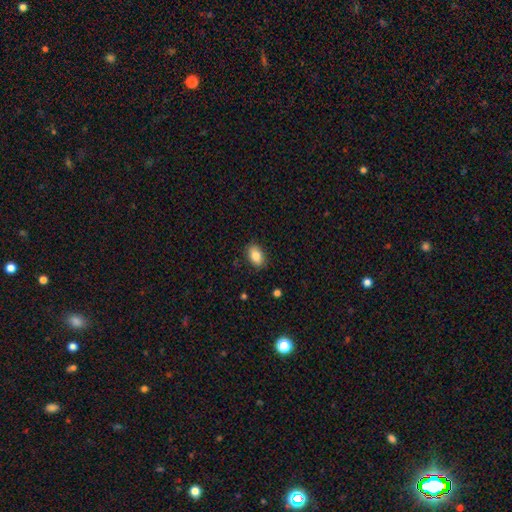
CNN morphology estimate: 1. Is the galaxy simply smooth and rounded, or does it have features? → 84% smooth, 9% featured or disk, 8% star or artifact.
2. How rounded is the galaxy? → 88% in between, 10% round, 2% cigar-shaped.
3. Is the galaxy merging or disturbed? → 87% none, 10% minor disturbance, 2% major disturbance, 1% merger.